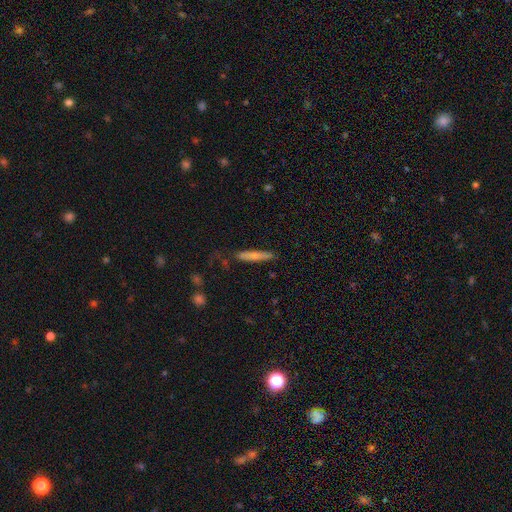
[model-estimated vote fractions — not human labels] smooth_or_featured: smooth (p=0.66) [alt: featured or disk p=0.27]
how_rounded: cigar-shaped (p=0.91) [alt: in between p=0.07]
merging: none (p=0.81) [alt: minor disturbance p=0.14]